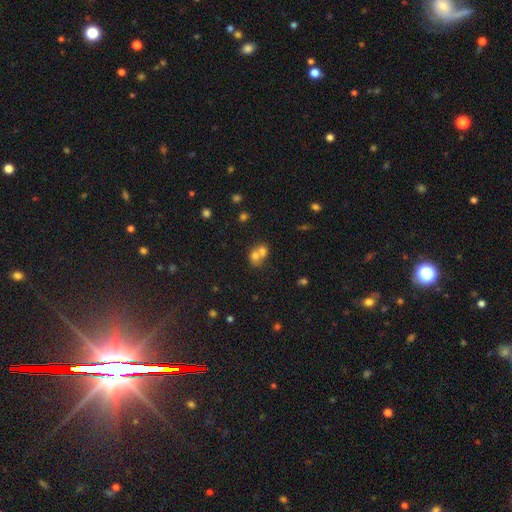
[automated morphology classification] A smooth galaxy with no disk features (67%) that is round (61%).

Vote fractions:
- Smooth or featured? smooth: 67% / featured or disk: 20% / star or artifact: 13%
- How rounded? round: 61% / in between: 38% / cigar-shaped: 1%
- Merging? merger: 68% / none: 23% / minor disturbance: 6% / major disturbance: 3%